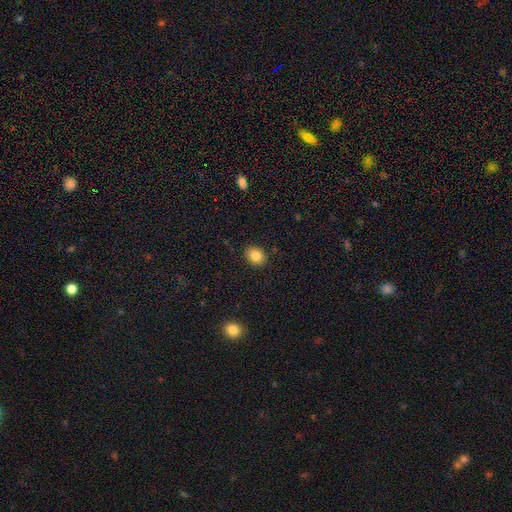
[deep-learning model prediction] smooth_or_featured: smooth (p=0.83) [alt: star or artifact p=0.10]
how_rounded: round (p=0.55) [alt: in between p=0.45]
merging: none (p=0.89) [alt: minor disturbance p=0.08]